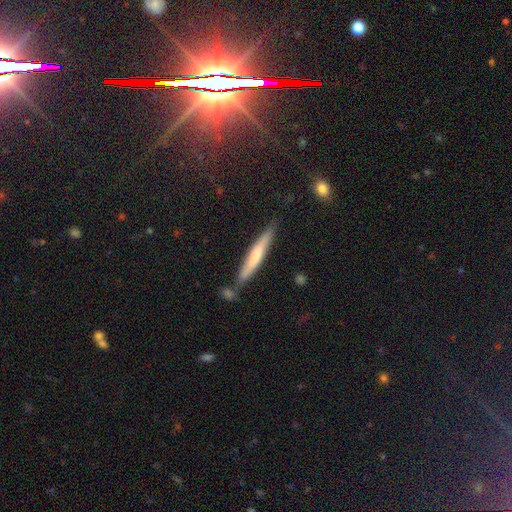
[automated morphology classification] A smooth galaxy with no disk features (58%) that is cigar-shaped (94%).

Vote fractions:
- Smooth or featured? smooth: 58% / featured or disk: 36% / star or artifact: 6%
- How rounded? cigar-shaped: 94% / in between: 5% / round: 1%
- Merging? none: 73% / minor disturbance: 15% / merger: 8% / major disturbance: 3%